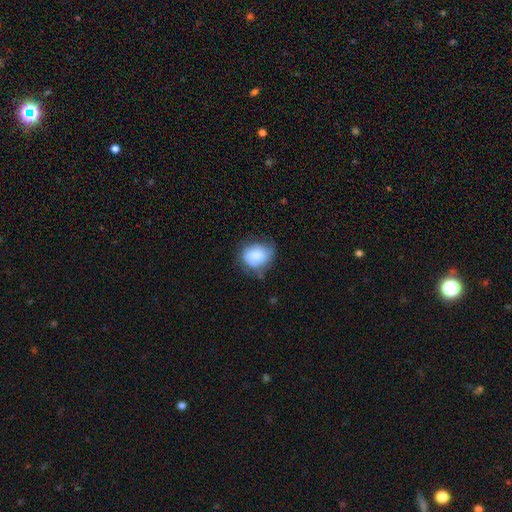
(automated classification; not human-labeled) This appears to be a smooth galaxy with no disk features (67%) that is round (50%). Merging: none (52%).